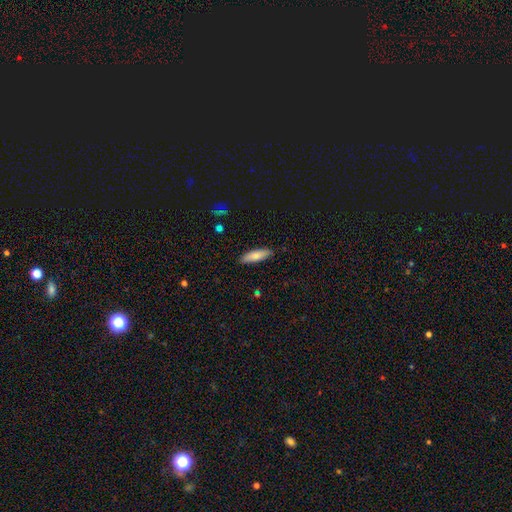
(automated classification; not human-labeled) This appears to be a smooth galaxy with no disk features (78%) that is cigar-shaped (55%). Merging: none (88%).